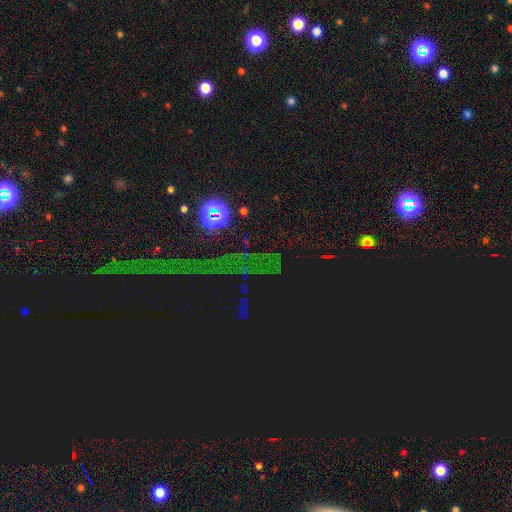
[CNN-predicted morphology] type=star or artifact (81%).